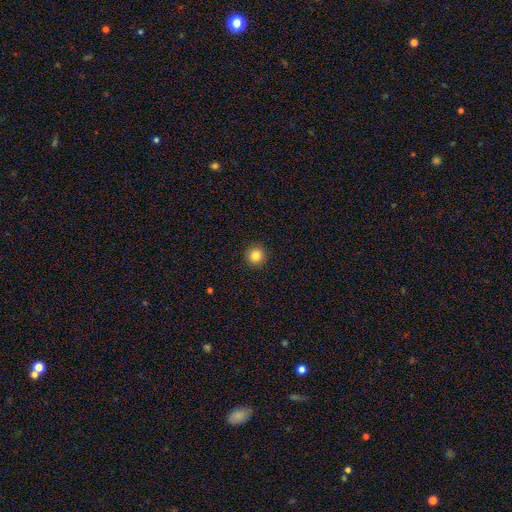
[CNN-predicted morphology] A smooth galaxy with no disk features (84%) that is round (95%).

Vote fractions:
- Smooth or featured? smooth: 84% / star or artifact: 11% / featured or disk: 5%
- How rounded? round: 95% / in between: 4% / cigar-shaped: 1%
- Merging? none: 93% / minor disturbance: 5% / major disturbance: 2% / merger: 1%